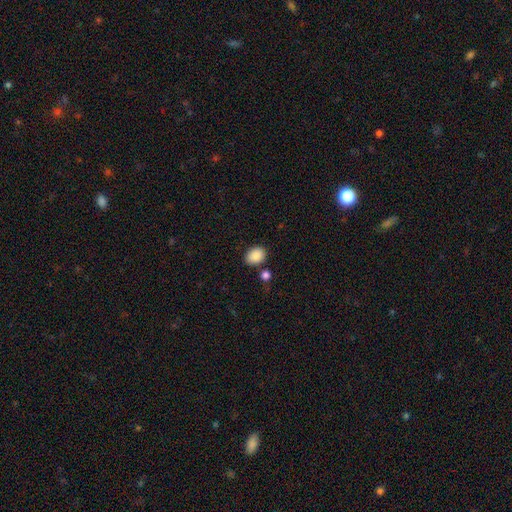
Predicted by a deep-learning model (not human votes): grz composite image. It shows a smooth galaxy with no disk features (88%) that is in between round and cigar-shaped (67%). Merging: none (80%).